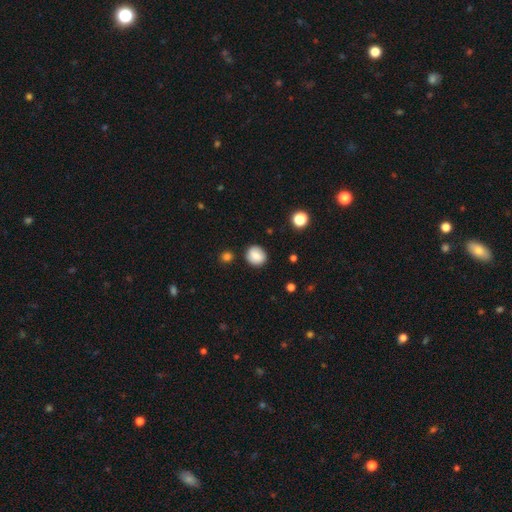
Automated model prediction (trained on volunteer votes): Smooth or featured? smooth (80%)
How rounded? round (80%)
Merging? none (86%)